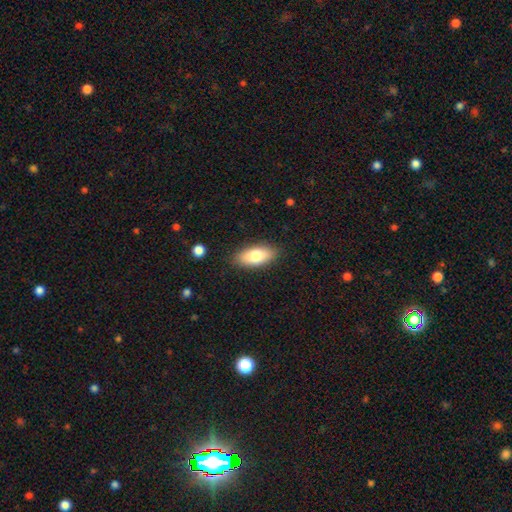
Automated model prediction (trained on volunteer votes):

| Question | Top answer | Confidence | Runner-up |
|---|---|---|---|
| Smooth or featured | smooth | 76% | featured or disk (17%) |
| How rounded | in between | 85% | cigar-shaped (12%) |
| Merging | none | 86% | minor disturbance (10%) |